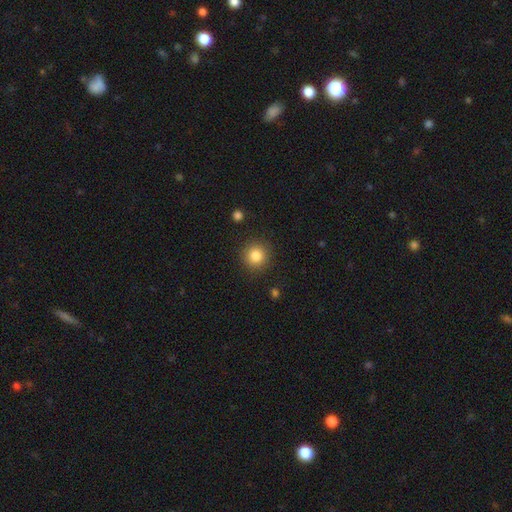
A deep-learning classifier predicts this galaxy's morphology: This is clearly a smooth galaxy (85%). How rounded: clearly round (93%). Merging: clearly none (89%).